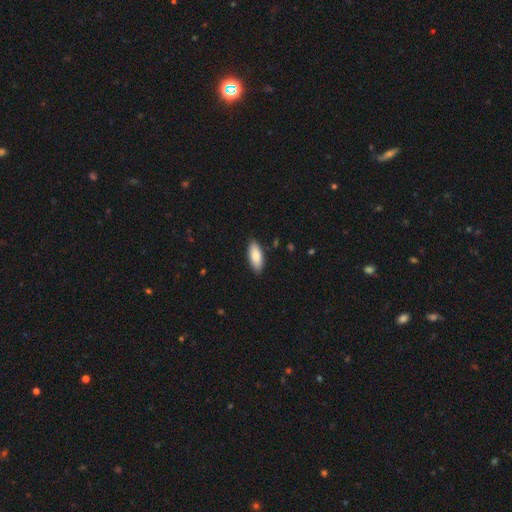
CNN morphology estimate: Overall: smooth (85%). How rounded: in between (80%). Merging: none (88%).